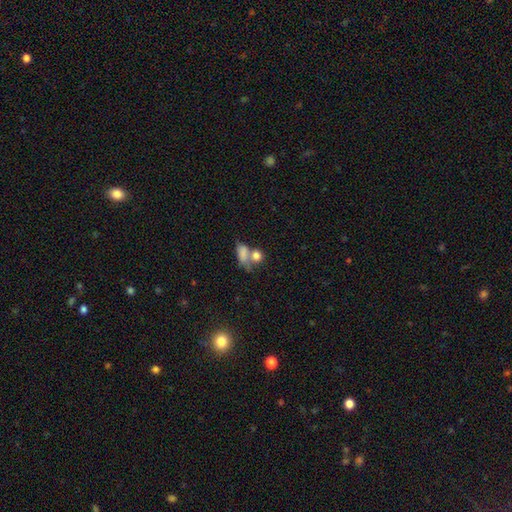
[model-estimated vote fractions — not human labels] smooth-or-featured: smooth: 79% | featured or disk: 11% | star or artifact: 10%
  how-rounded: in between: 53% | round: 43% | cigar-shaped: 4%
  merging: merger: 51% | none: 31% | minor disturbance: 10% | major disturbance: 8%